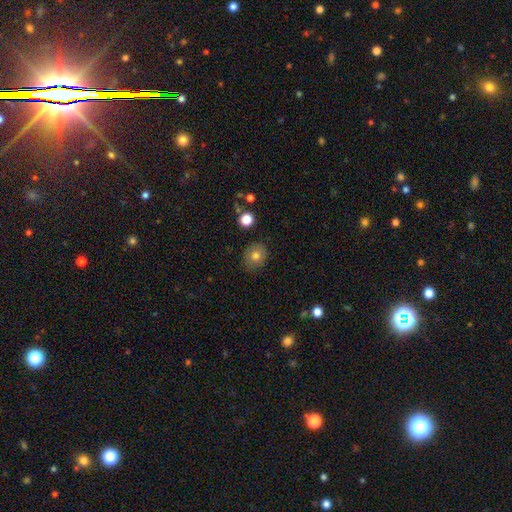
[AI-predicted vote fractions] This appears to be a smooth galaxy with no disk features (78%) that is round (75%). Merging: none (83%).